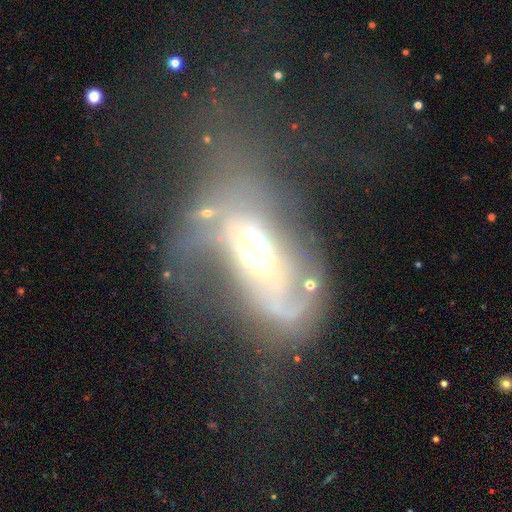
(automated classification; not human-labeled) A featured or disk galaxy (63%) with no bar (62%), no spiral arms (58%) and a moderate central bulge (55%). Merging: major disturbance (48%).